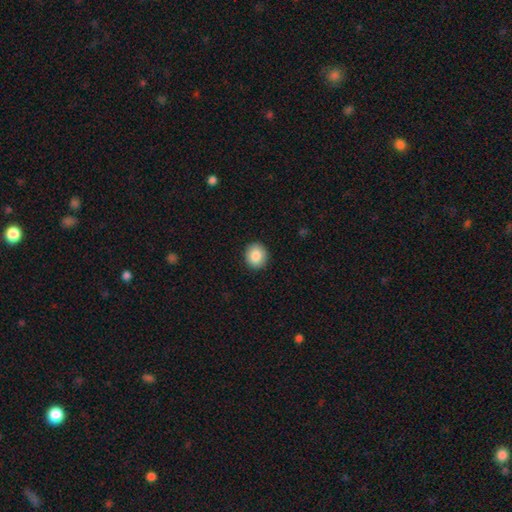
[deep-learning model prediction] Smooth or featured? Predicted: smooth (p=0.86). How rounded? Predicted: round (p=0.83). Merging? Predicted: none (p=0.92).